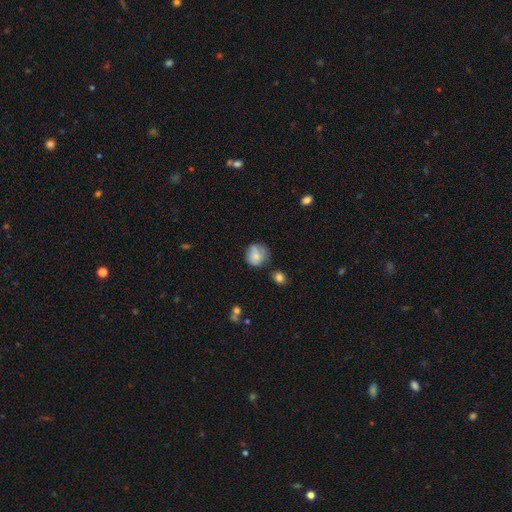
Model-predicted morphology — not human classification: A smooth galaxy with no disk features (71%) that is round (80%).

Vote fractions:
- Smooth or featured? smooth: 71% / featured or disk: 20% / star or artifact: 9%
- How rounded? round: 80% / in between: 19% / cigar-shaped: 1%
- Merging? none: 56% / minor disturbance: 30% / major disturbance: 9% / merger: 5%